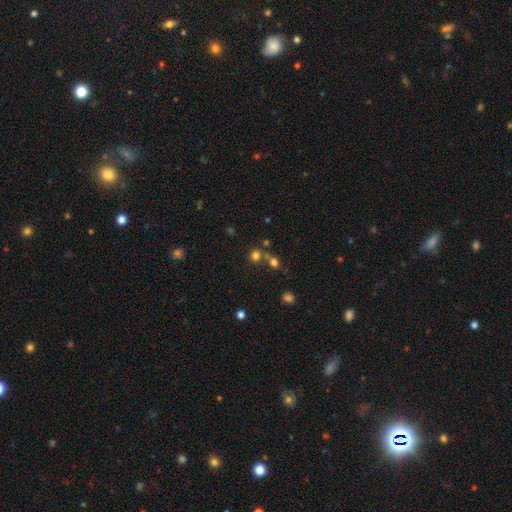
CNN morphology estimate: Q: Smooth or featured?
A: smooth (71%); runner-up: star or artifact (21%)
Q: How rounded?
A: round (86%); runner-up: in between (13%)
Q: Merging?
A: none (59%); runner-up: merger (30%)